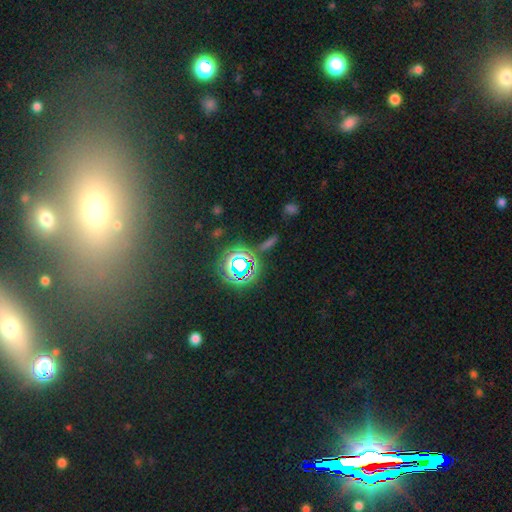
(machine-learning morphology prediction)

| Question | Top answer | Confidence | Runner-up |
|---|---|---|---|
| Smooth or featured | star or artifact | 46% | smooth (36%) |